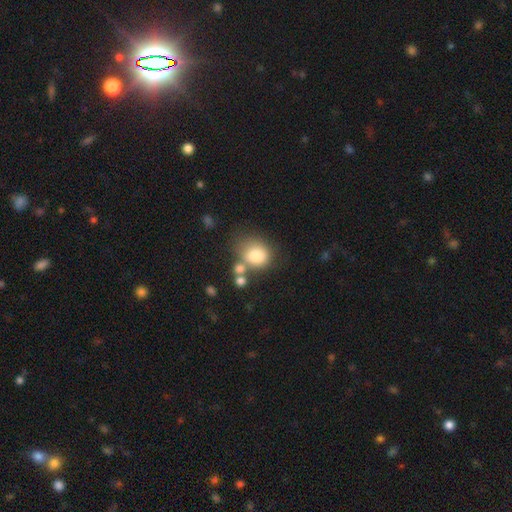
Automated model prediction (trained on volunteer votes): Q: Smooth or featured?
A: smooth (79%); runner-up: featured or disk (11%)
Q: How rounded?
A: round (60%); runner-up: in between (39%)
Q: Merging?
A: none (46%); runner-up: merger (26%)